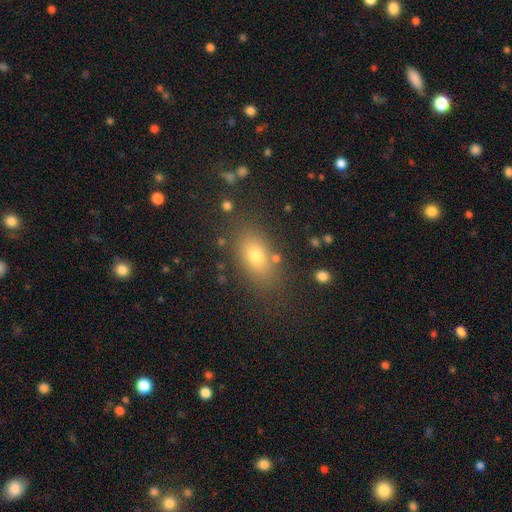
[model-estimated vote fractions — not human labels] Smooth or featured: smooth — 73% (star or artifact — 14%)
How rounded: in between — 81% (round — 14%)
Merging: none — 80% (minor disturbance — 12%)